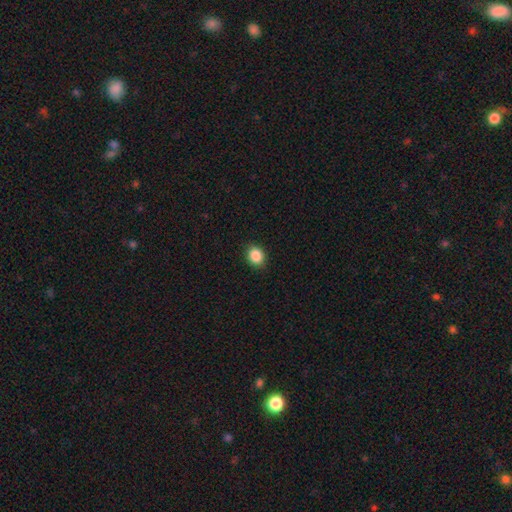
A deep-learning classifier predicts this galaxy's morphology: smooth_or_featured: smooth (p=0.88) [alt: star or artifact p=0.09]
how_rounded: round (p=0.56) [alt: in between p=0.43]
merging: none (p=0.90) [alt: minor disturbance p=0.07]